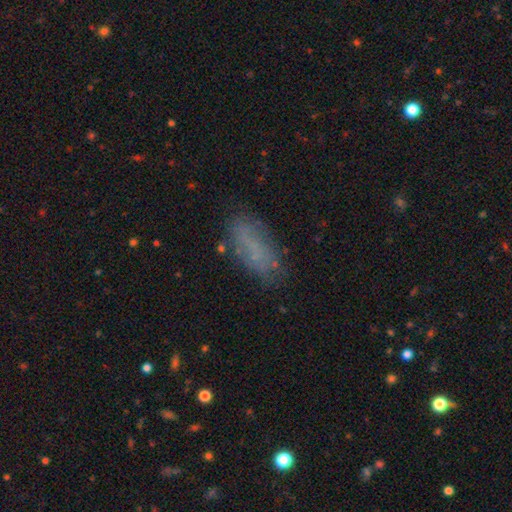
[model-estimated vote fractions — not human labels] This appears to be a smooth galaxy with no disk features (68%) that is in between round and cigar-shaped (73%). Merging: none (75%).